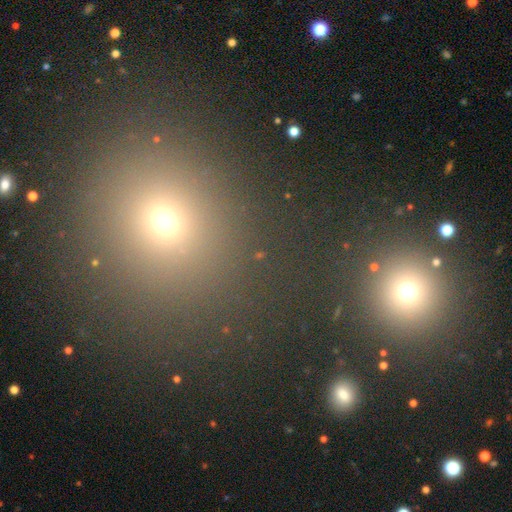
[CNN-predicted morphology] Smooth or featured: smooth — 56% (star or artifact — 36%)
How rounded: round — 81% (in between — 17%)
Merging: none — 84% (minor disturbance — 7%)